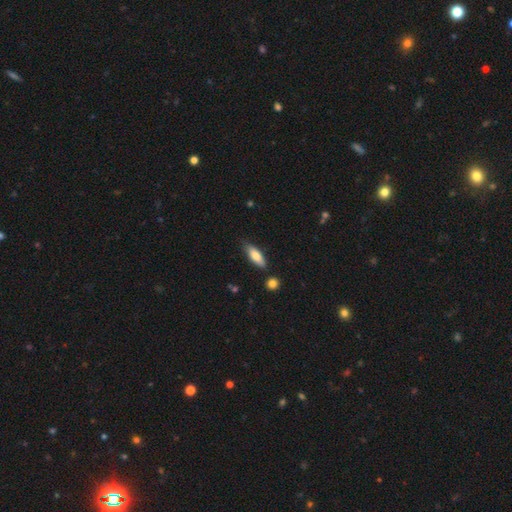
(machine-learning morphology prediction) A smooth galaxy with no disk features (76%) that is in between round and cigar-shaped (60%).

Vote fractions:
- Smooth or featured? smooth: 76% / featured or disk: 19% / star or artifact: 6%
- How rounded? in between: 60% / cigar-shaped: 38% / round: 2%
- Merging? none: 75% / minor disturbance: 18% / merger: 4% / major disturbance: 3%